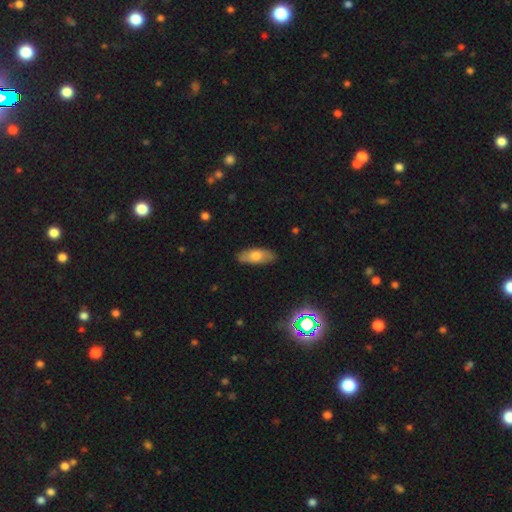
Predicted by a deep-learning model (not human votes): A smooth galaxy with no disk features (68%) that is in between round and cigar-shaped (78%). Merging: none (85%).